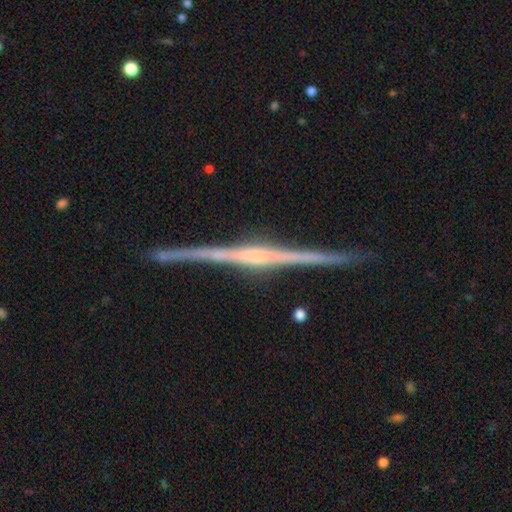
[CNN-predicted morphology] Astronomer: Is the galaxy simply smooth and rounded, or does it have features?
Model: featured or disk — 90%.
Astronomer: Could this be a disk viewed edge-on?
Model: yes — 99%.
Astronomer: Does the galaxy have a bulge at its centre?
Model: rounded — 55%.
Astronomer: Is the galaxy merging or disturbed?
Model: none — 90%.